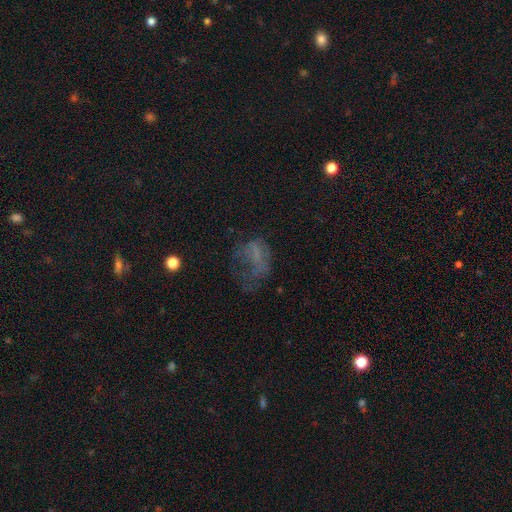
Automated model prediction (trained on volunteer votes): Smooth or featured?
  - smooth: 41% *
  - featured or disk: 35%
  - star or artifact: 25%
Merging?
  - major disturbance: 49% *
  - none: 28%
  - minor disturbance: 19%
  - merger: 3%